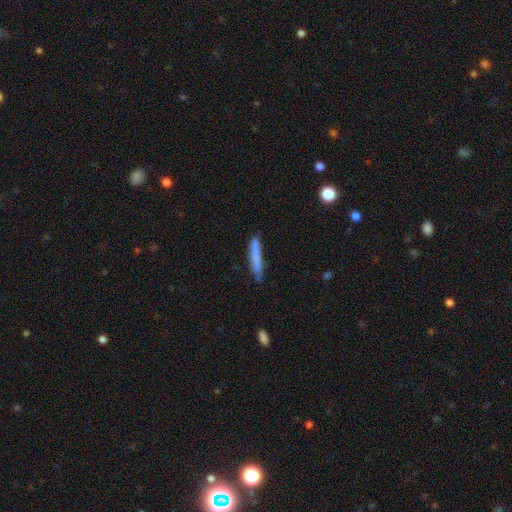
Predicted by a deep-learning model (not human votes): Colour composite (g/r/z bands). It shows a smooth galaxy with no disk features (76%) that is cigar-shaped (93%). Merging: none (75%).